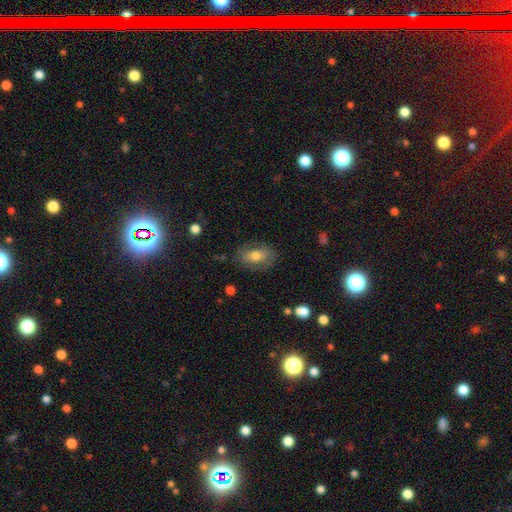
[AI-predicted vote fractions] Overall: smooth (60%; featured or disk 33%). How rounded: in between (79%). Merging: none (75%).